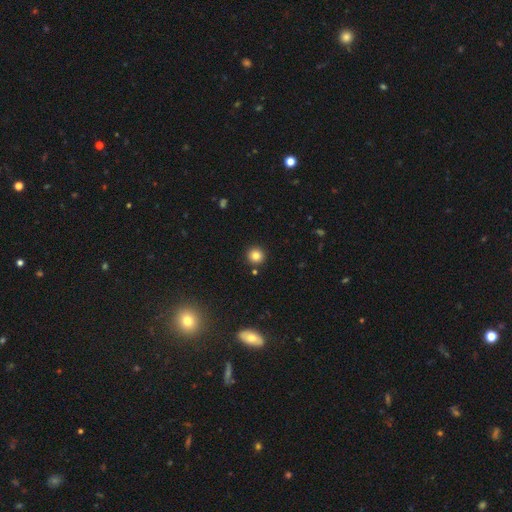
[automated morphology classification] smooth 81%, star or artifact 12%, featured or disk 7%. Down the decision tree: how rounded — round (95%); merging — none (90%).